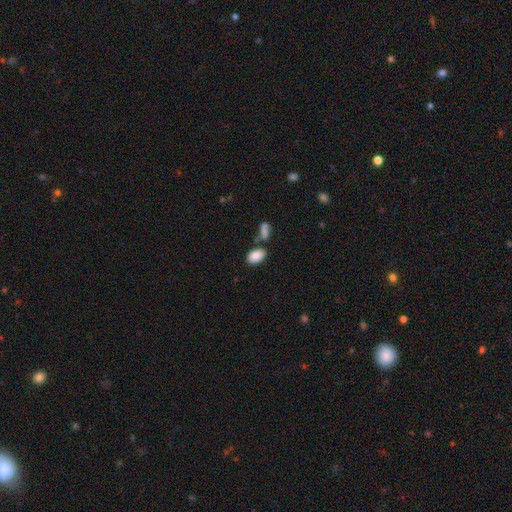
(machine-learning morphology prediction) A smooth galaxy with no disk features (88%) that is in between round and cigar-shaped (93%).

Vote fractions:
- Smooth or featured? smooth: 88% / star or artifact: 7% / featured or disk: 5%
- How rounded? in between: 93% / round: 5% / cigar-shaped: 2%
- Merging? none: 64% / merger: 20% / minor disturbance: 12% / major disturbance: 4%